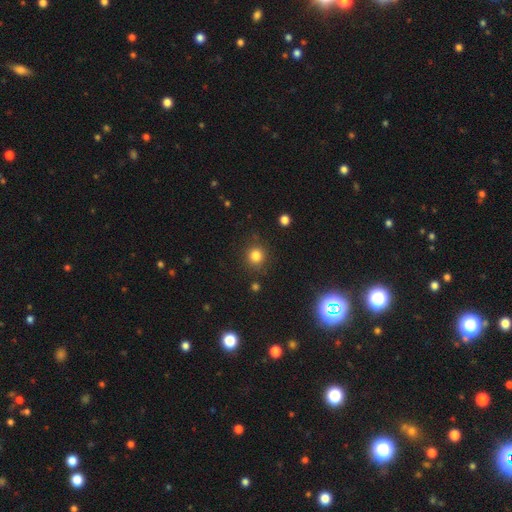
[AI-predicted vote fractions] This is clearly a smooth galaxy (82%). How rounded: clearly round (91%). Merging: clearly none (86%).